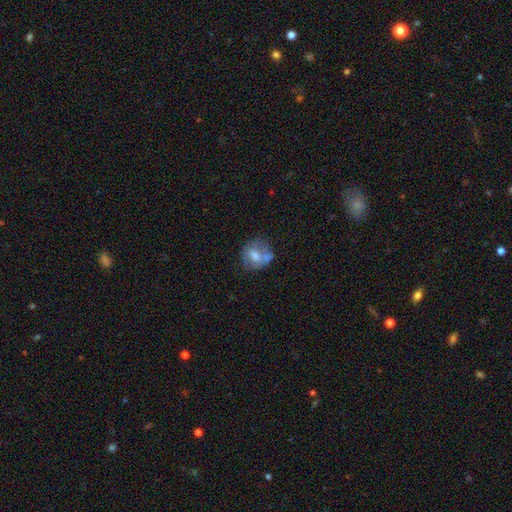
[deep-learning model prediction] This is possibly a smooth galaxy (55%). How rounded: likely round (70%). Merging: possibly none (46%).